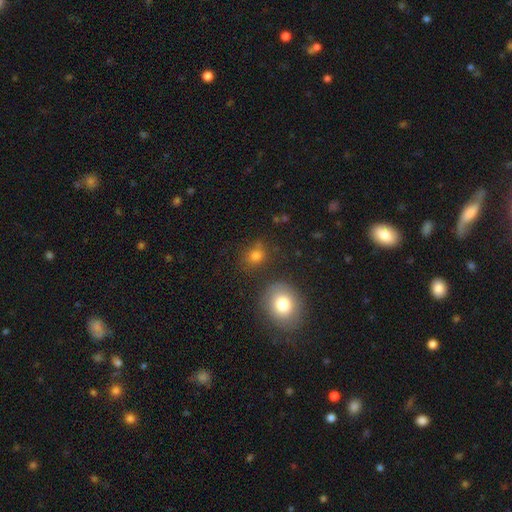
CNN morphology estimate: Smooth or featured: smooth — 78% (star or artifact — 15%)
How rounded: round — 67% (in between — 32%)
Merging: none — 73% (minor disturbance — 14%)